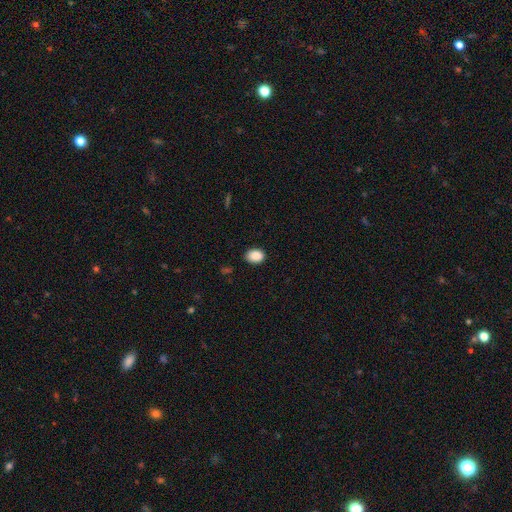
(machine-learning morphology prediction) Smooth or featured? Predicted: smooth (p=0.89). How rounded? Predicted: in between (p=0.75). Merging? Predicted: none (p=0.87).